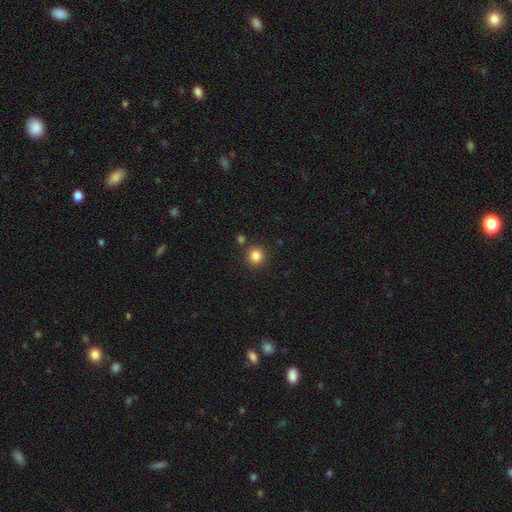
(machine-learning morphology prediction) Smooth or featured: smooth — 85% (star or artifact — 11%)
How rounded: round — 91% (in between — 8%)
Merging: none — 84% (minor disturbance — 7%)